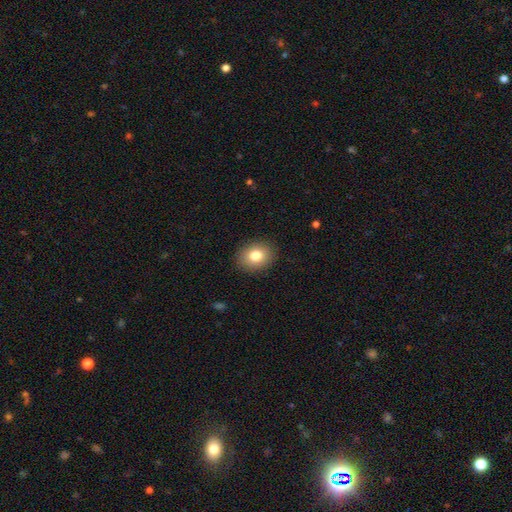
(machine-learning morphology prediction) Q: Smooth or featured?
A: smooth (81%); runner-up: featured or disk (10%)
Q: How rounded?
A: in between (54%); runner-up: round (45%)
Q: Merging?
A: none (89%); runner-up: minor disturbance (8%)